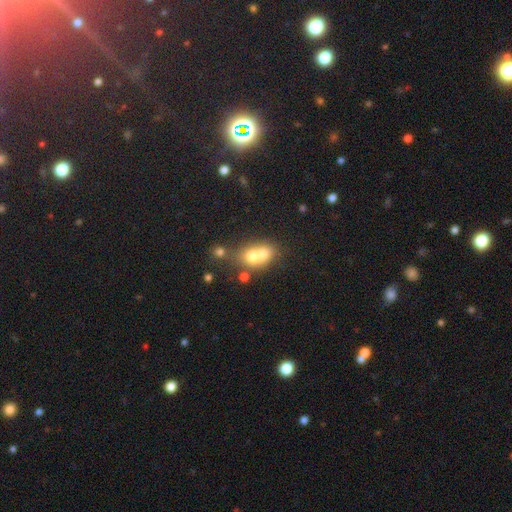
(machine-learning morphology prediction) smooth_or_featured: smooth (p=0.67) [alt: featured or disk p=0.22]
how_rounded: round (p=0.53) [alt: in between p=0.46]
merging: merger (p=0.68) [alt: none p=0.22]